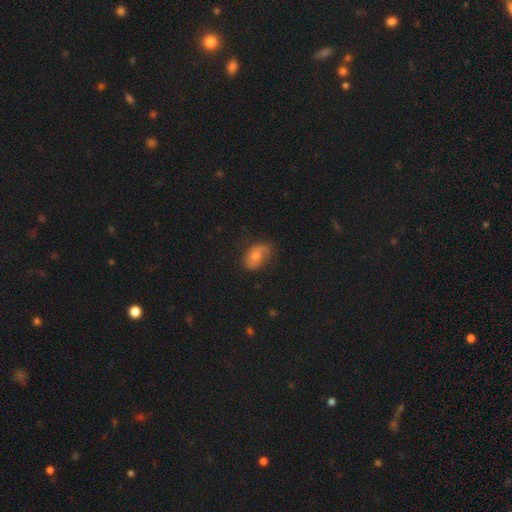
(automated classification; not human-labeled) Smooth or featured?
  - smooth: 65% *
  - featured or disk: 27%
  - star or artifact: 8%
How rounded?
  - in between: 84% *
  - round: 15%
  - cigar-shaped: 2%
Merging?
  - none: 62% *
  - minor disturbance: 28%
  - major disturbance: 8%
  - merger: 2%